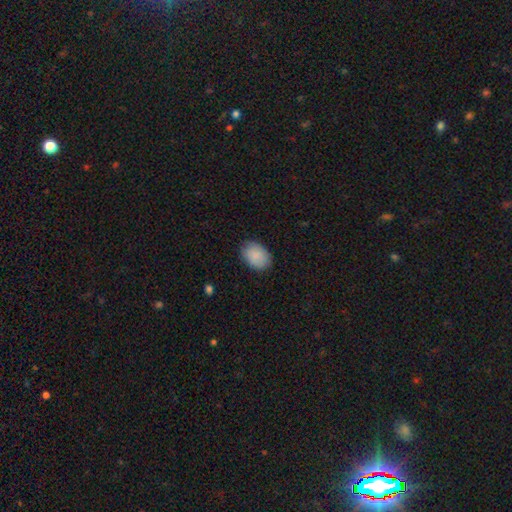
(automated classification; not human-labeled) Smooth or featured? Predicted: smooth (p=0.89). How rounded? Predicted: in between (p=0.82). Merging? Predicted: none (p=0.83).